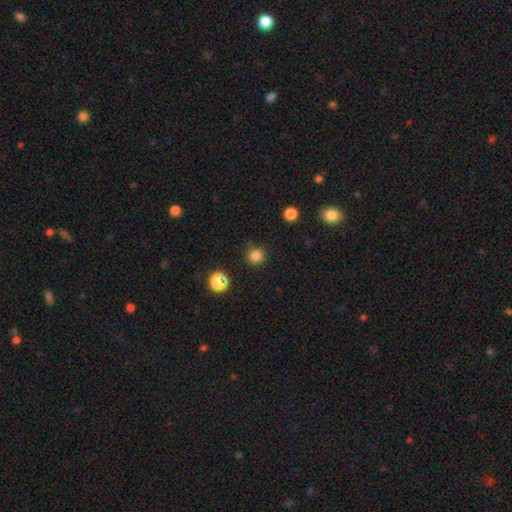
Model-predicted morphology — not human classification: A smooth galaxy with no disk features (81%) that is round (94%). Merging: none (84%).